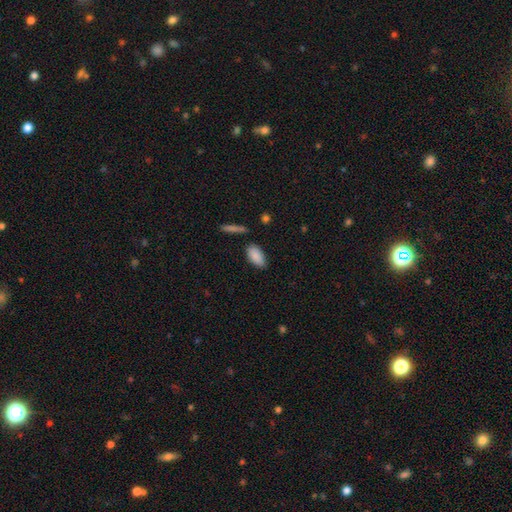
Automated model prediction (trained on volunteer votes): Smooth or featured? Predicted: smooth (p=0.88). How rounded? Predicted: in between (p=0.91). Merging? Predicted: none (p=0.79).